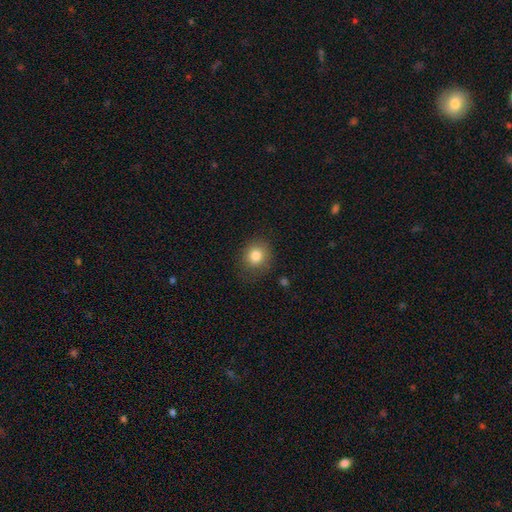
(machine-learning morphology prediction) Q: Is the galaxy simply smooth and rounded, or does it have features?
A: smooth — 83%.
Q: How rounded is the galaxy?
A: round — 80%.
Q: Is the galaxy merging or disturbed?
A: none — 81%.